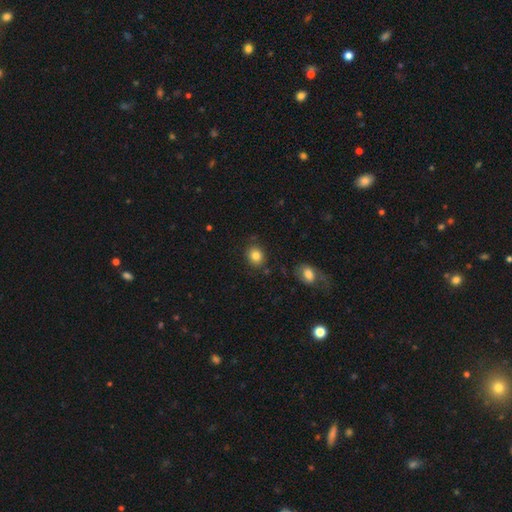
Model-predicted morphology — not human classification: A smooth galaxy with no disk features (83%) that is round (66%).

Vote fractions:
- Smooth or featured? smooth: 83% / star or artifact: 10% / featured or disk: 7%
- How rounded? round: 66% / in between: 33% / cigar-shaped: 1%
- Merging? none: 82% / minor disturbance: 11% / merger: 4% / major disturbance: 3%